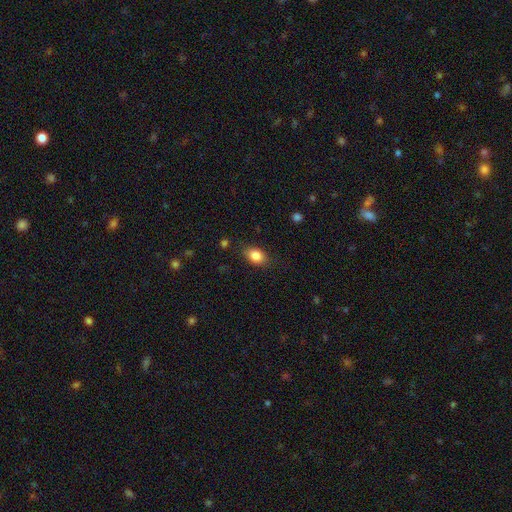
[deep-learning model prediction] Smooth or featured? smooth (85%)
How rounded? in between (81%)
Merging? none (82%)